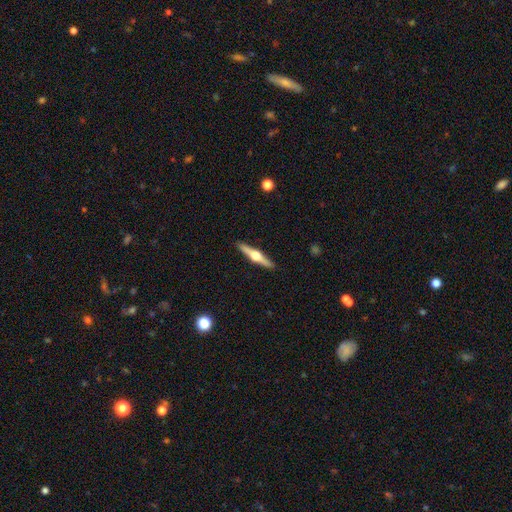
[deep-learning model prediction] featured or disk 74%, smooth 22%, star or artifact 5%. Down the decision tree: edge-on disk — yes (98%); edge-on bulge — rounded (96%); merging — none (92%).